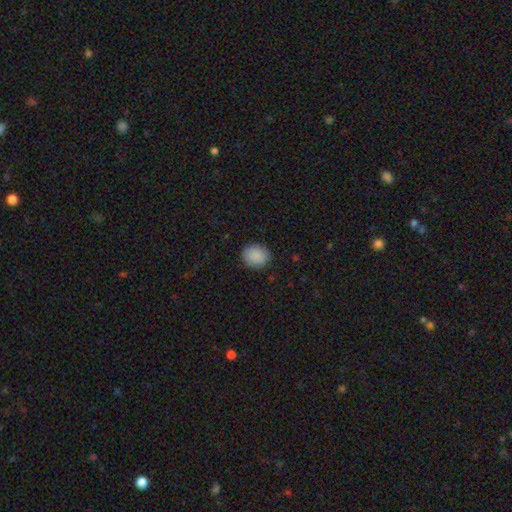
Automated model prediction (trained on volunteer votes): smooth-or-featured: smooth: 89% | star or artifact: 8% | featured or disk: 3%
  how-rounded: round: 73% | in between: 26% | cigar-shaped: 1%
  merging: none: 88% | minor disturbance: 9% | major disturbance: 2% | merger: 1%